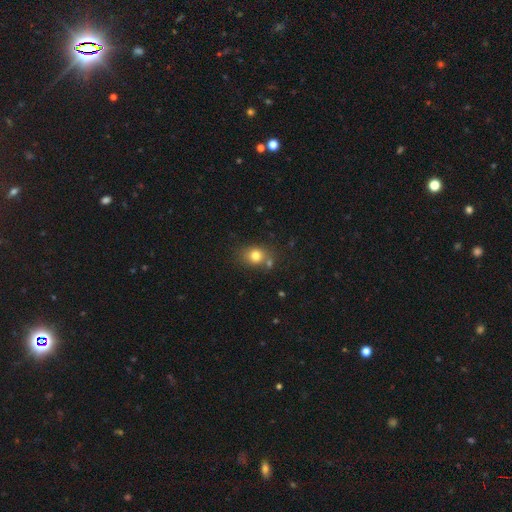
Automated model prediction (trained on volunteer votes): Smooth or featured?
  - smooth: 79% *
  - star or artifact: 12%
  - featured or disk: 9%
How rounded?
  - round: 62% *
  - in between: 37%
  - cigar-shaped: 1%
Merging?
  - none: 66% *
  - merger: 15%
  - minor disturbance: 15%
  - major disturbance: 4%